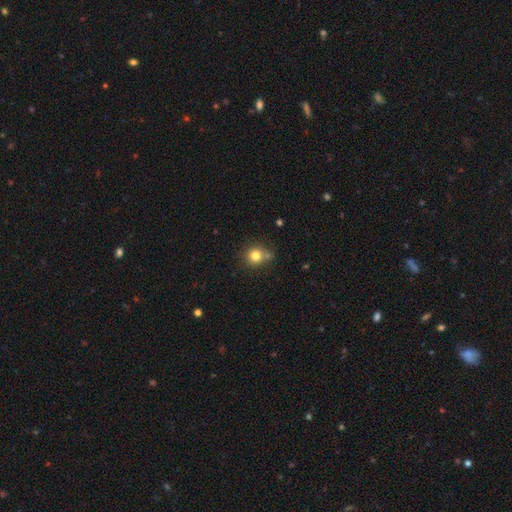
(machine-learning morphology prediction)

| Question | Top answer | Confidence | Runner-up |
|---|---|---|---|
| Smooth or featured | smooth | 79% | star or artifact (12%) |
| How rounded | round | 86% | in between (13%) |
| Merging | none | 64% | minor disturbance (20%) |